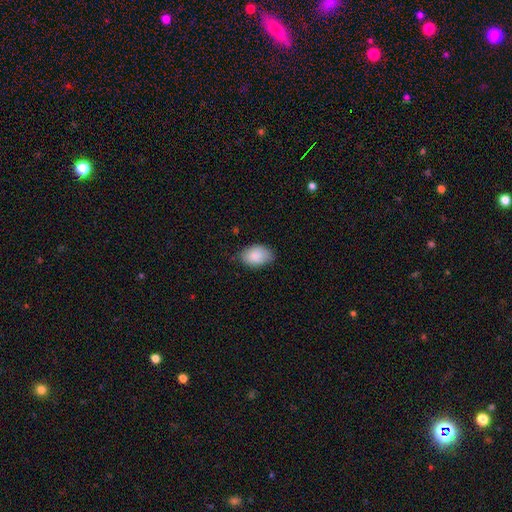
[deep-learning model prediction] Smooth or featured? Predicted: smooth (p=0.88). How rounded? Predicted: in between (p=0.88). Merging? Predicted: none (p=0.73).